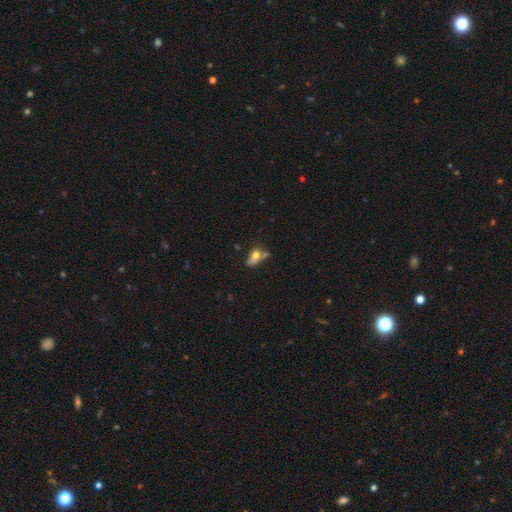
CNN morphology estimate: type=smooth (65%); roundness=in between (74%); merging=merger (33%, tied with none).